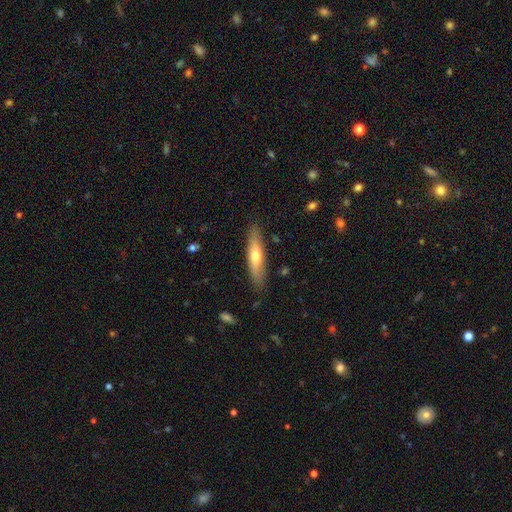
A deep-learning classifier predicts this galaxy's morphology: smooth-or-featured: smooth: 58% | featured or disk: 36% | star or artifact: 6%
  how-rounded: cigar-shaped: 76% | in between: 22% | round: 2%
  merging: none: 84% | minor disturbance: 12% | major disturbance: 2% | merger: 1%